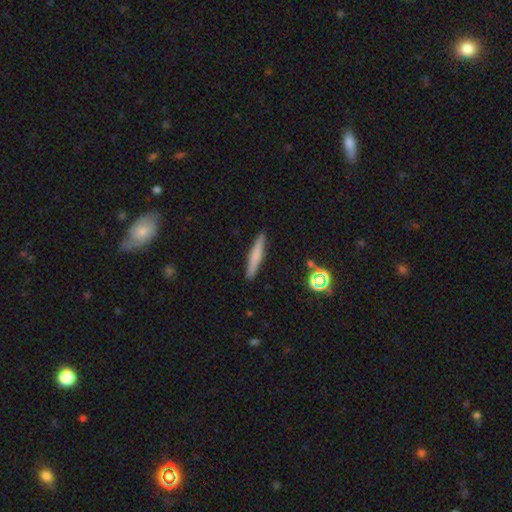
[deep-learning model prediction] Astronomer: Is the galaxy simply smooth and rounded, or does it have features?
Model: smooth — 64%.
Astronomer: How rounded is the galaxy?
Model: cigar-shaped — 93%.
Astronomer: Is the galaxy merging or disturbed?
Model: none — 90%.